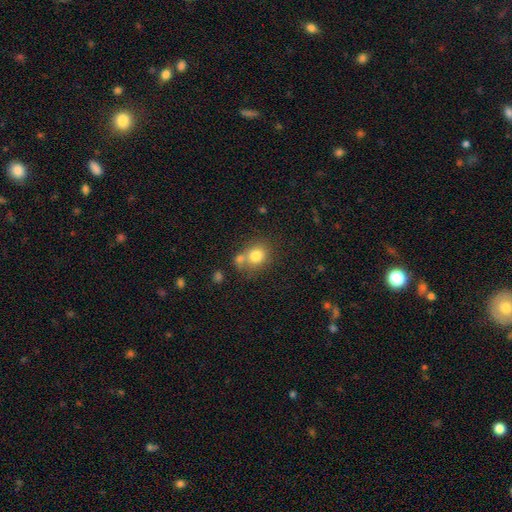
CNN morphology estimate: Smooth or featured: smooth — 79% (star or artifact — 11%)
How rounded: round — 73% (in between — 26%)
Merging: none — 55% (merger — 29%)